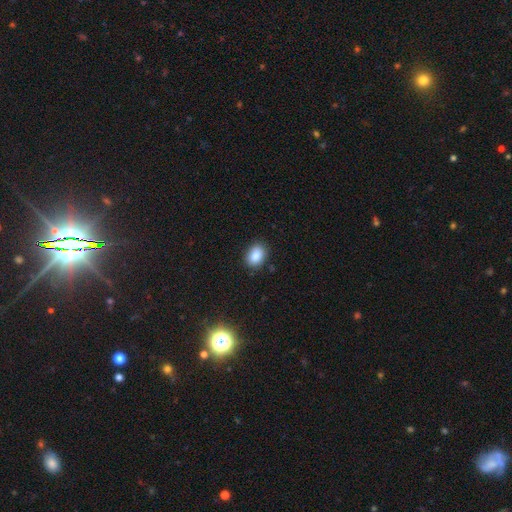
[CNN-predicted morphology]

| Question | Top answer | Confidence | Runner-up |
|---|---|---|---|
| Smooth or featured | smooth | 85% | star or artifact (9%) |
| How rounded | in between | 70% | round (29%) |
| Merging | none | 86% | minor disturbance (10%) |